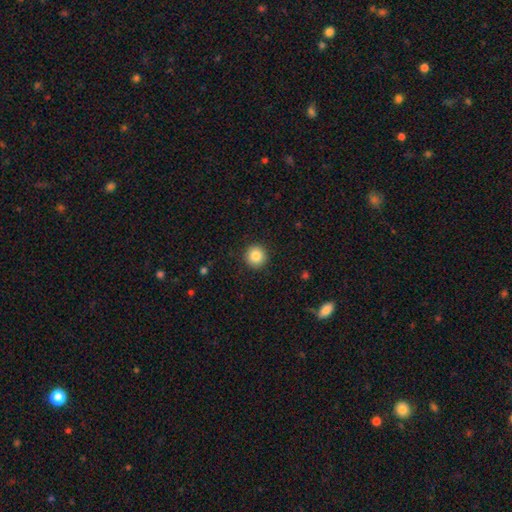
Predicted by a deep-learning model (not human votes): A smooth galaxy with no disk features (85%) that is round (95%).

Vote fractions:
- Smooth or featured? smooth: 85% / star or artifact: 10% / featured or disk: 5%
- How rounded? round: 95% / in between: 4% / cigar-shaped: 1%
- Merging? none: 92% / minor disturbance: 5% / major disturbance: 2% / merger: 1%